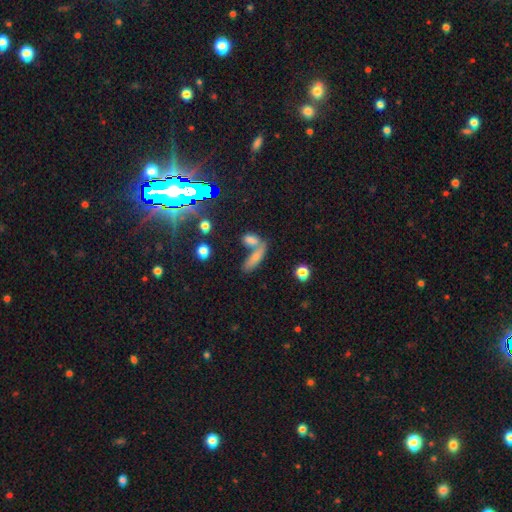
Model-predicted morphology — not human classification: smooth 64%, featured or disk 20%, star or artifact 17%. Down the decision tree: how rounded — cigar-shaped (49%); merging — merger (48%).